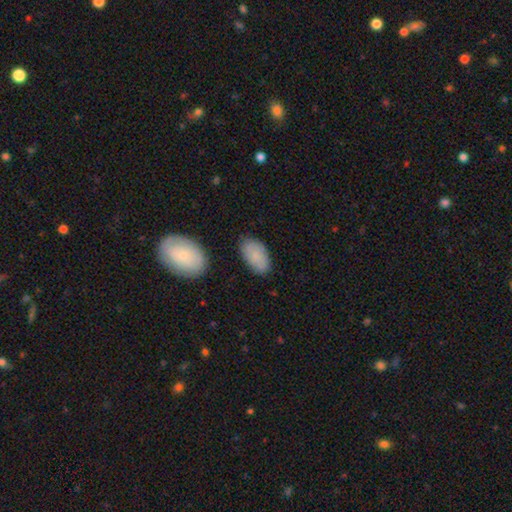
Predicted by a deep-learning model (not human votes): Morphology: type=smooth (83%); roundness=in between (95%); merging=none (80%).